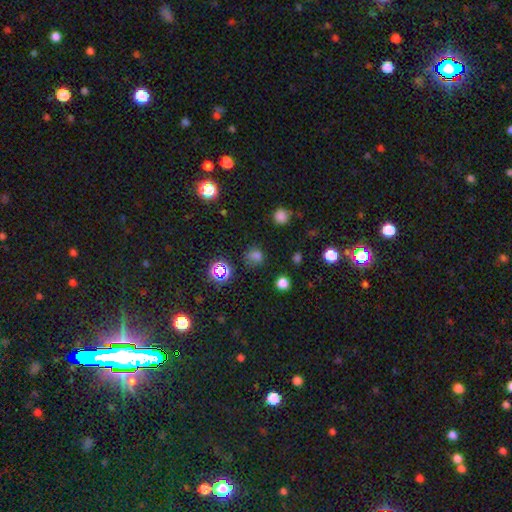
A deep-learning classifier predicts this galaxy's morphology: Smooth or featured? smooth (65%)
How rounded? round (75%)
Merging? none (73%)